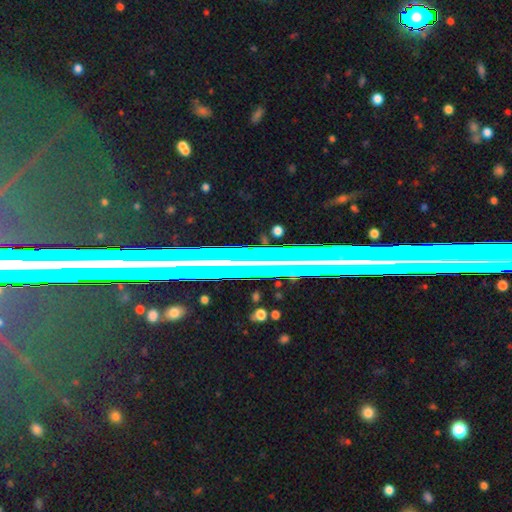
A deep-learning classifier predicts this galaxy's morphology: smooth-or-featured: featured or disk: 49% | star or artifact: 34% | smooth: 17%
  merging: none: 77% | minor disturbance: 13% | major disturbance: 6% | merger: 4%